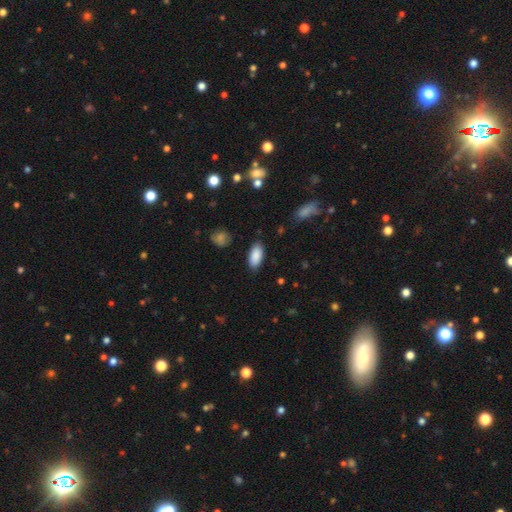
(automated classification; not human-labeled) Smooth or featured? Predicted: smooth (p=0.89). How rounded? Predicted: in between (p=0.92). Merging? Predicted: none (p=0.86).